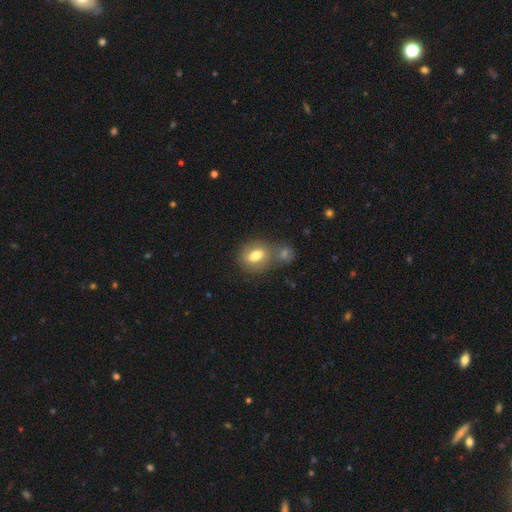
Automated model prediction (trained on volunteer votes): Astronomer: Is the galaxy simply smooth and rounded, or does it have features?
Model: smooth — 72%.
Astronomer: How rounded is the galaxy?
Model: in between — 60% (runner-up: round, 38%).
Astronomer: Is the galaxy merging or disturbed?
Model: none — 50% (runner-up: merger, 34%).